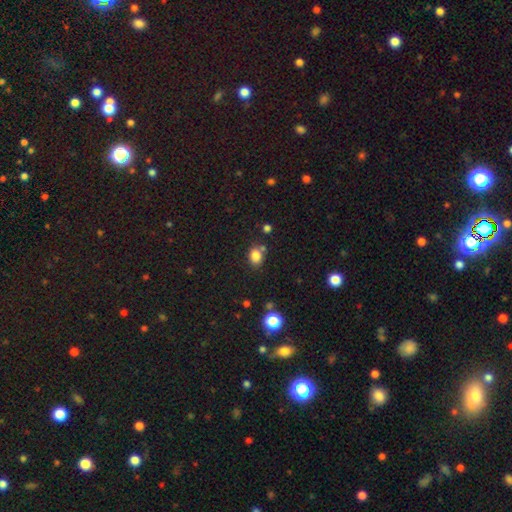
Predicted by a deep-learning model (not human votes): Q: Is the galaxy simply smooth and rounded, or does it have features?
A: smooth — 82%.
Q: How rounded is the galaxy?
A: in between — 51%.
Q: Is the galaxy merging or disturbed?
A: none — 70%.